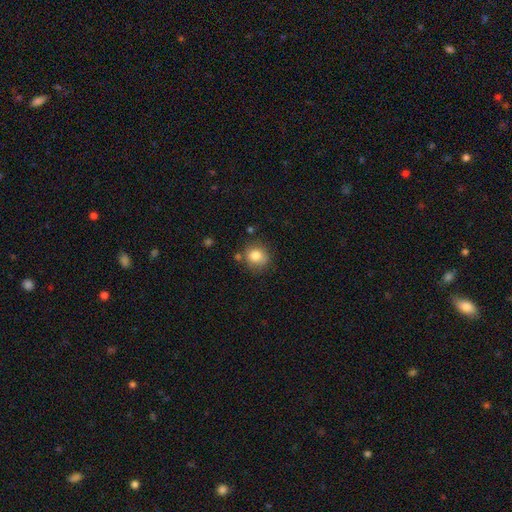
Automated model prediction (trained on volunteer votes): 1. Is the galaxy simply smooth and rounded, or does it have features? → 83% smooth, 10% star or artifact, 7% featured or disk.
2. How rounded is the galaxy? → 84% round, 15% in between, 1% cigar-shaped.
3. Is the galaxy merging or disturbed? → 76% none, 15% minor disturbance, 6% merger, 4% major disturbance.